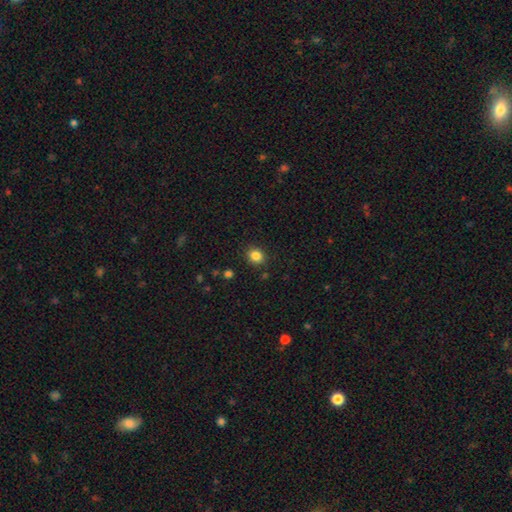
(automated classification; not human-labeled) Overall: smooth (84%). How rounded: round (68%; in between 31%). Merging: none (88%).